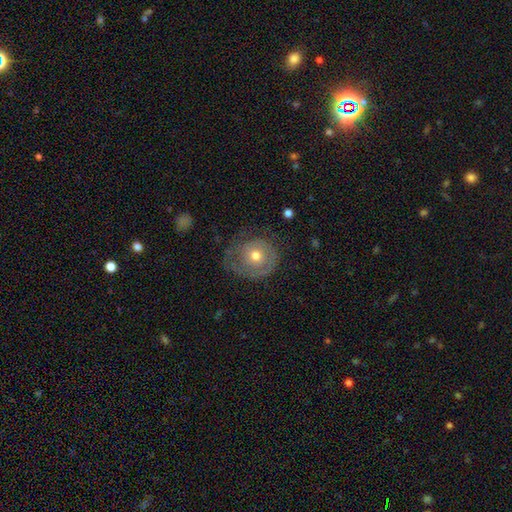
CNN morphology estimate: This appears to be a featured or disk galaxy (53%) with no bar (85%), spiral arms (64%) and a moderate central bulge (71%). Merging: none (54%).